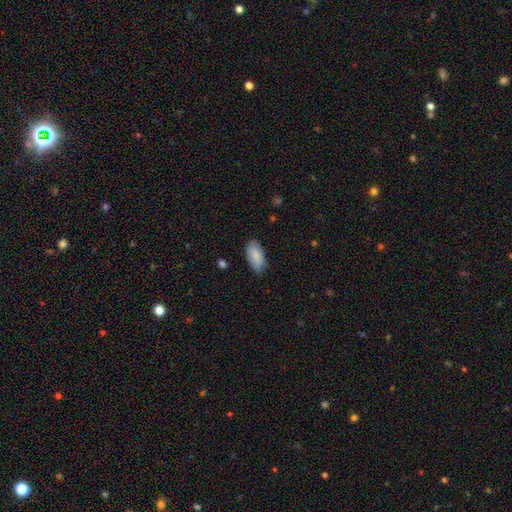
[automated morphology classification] smooth 82%, featured or disk 12%, star or artifact 6%. Down the decision tree: how rounded — in between (93%); merging — none (73%).